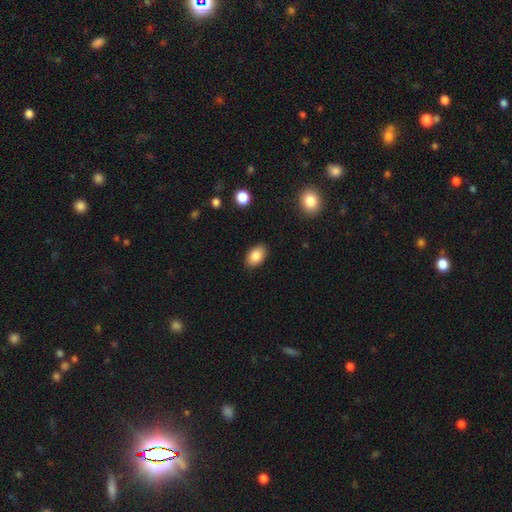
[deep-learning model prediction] This is clearly a smooth galaxy (85%). How rounded: clearly in between (89%). Merging: clearly none (87%).